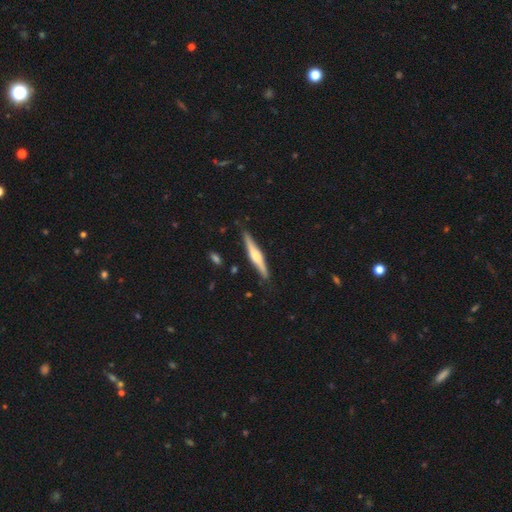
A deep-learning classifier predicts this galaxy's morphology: Smooth or featured?
  - featured or disk: 62% *
  - smooth: 33%
  - star or artifact: 5%
Edge-on disk?
  - yes: 96% *
  - no: 4%
Edge-on bulge?
  - rounded: 83% *
  - boxy: 9%
  - none: 8%
Merging?
  - none: 86% *
  - minor disturbance: 10%
  - major disturbance: 2%
  - merger: 2%